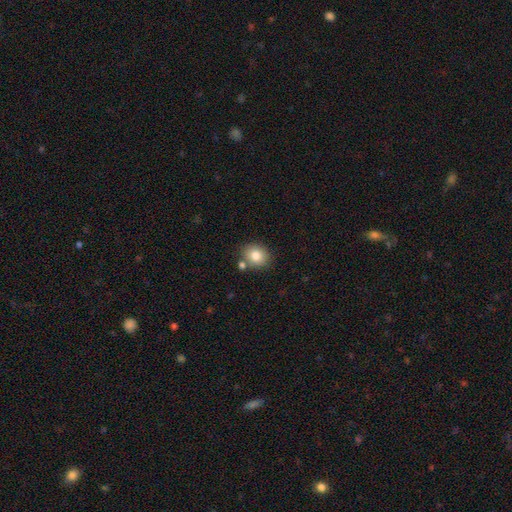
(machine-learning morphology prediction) This is clearly a smooth galaxy (82%). How rounded: likely round (69%). Merging: likely none (75%).